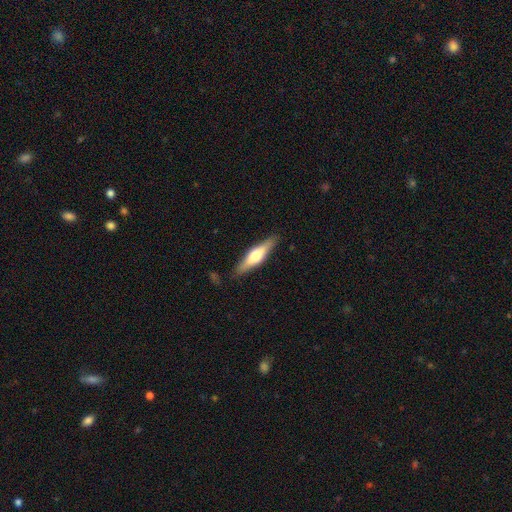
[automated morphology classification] A featured or disk galaxy (51%) viewed edge-on (93%). Merging: none (87%).